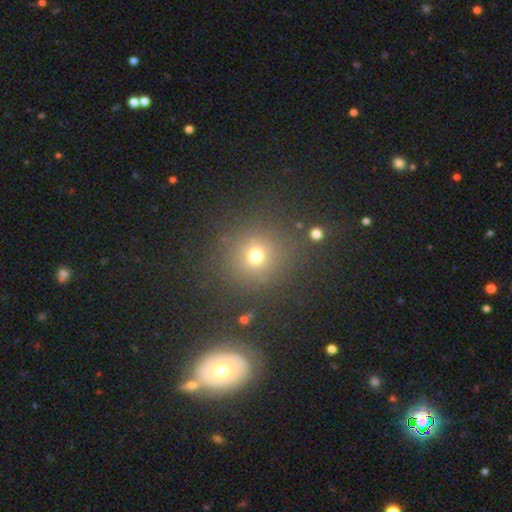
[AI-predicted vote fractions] This appears to be a smooth galaxy with no disk features (68%) that is round (88%). Merging: none (83%).